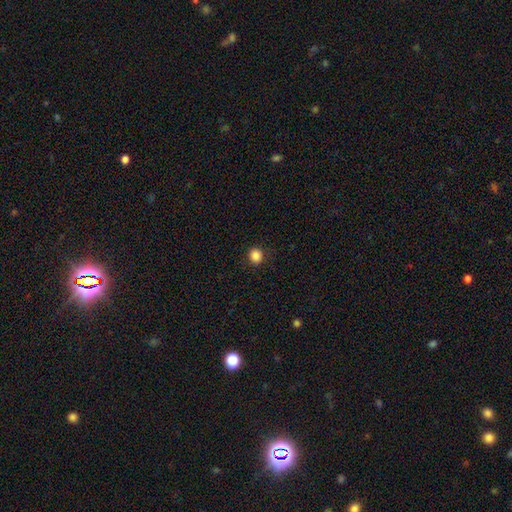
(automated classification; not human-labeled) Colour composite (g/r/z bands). It shows a smooth galaxy with no disk features (86%) that is round (82%). Merging: none (90%).